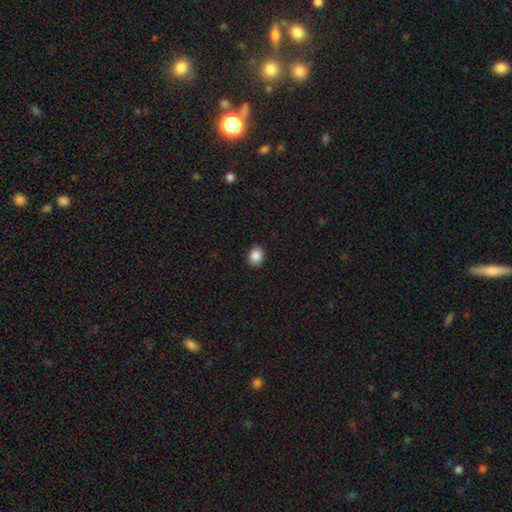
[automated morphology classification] smooth-or-featured: smooth: 88% | star or artifact: 9% | featured or disk: 4%
  how-rounded: in between: 57% | round: 43% | cigar-shaped: 1%
  merging: none: 90% | minor disturbance: 7% | major disturbance: 2% | merger: 1%